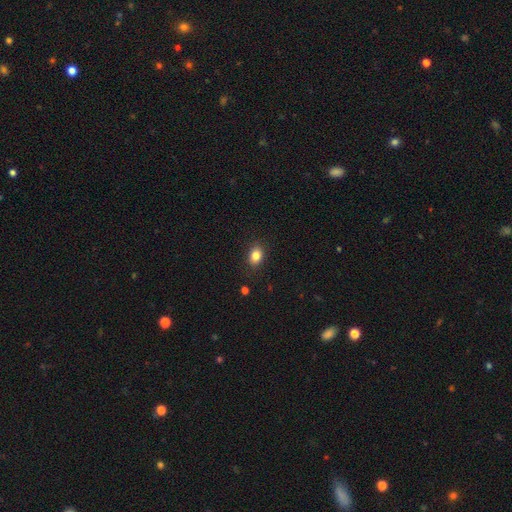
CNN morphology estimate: Smooth or featured? smooth (84%)
How rounded? in between (71%)
Merging? none (87%)